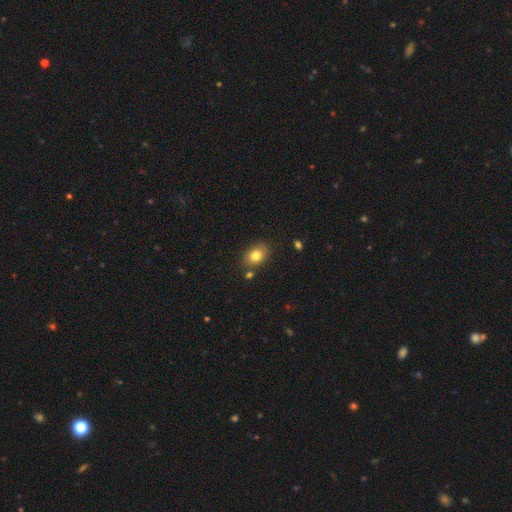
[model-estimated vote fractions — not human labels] Smooth or featured? smooth (80%)
How rounded? in between (71%)
Merging? none (77%)